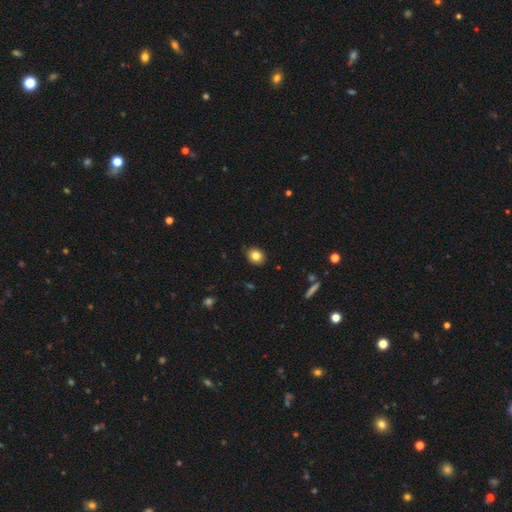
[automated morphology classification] Overall: smooth (82%). How rounded: round (53%; in between 46%). Merging: none (90%).